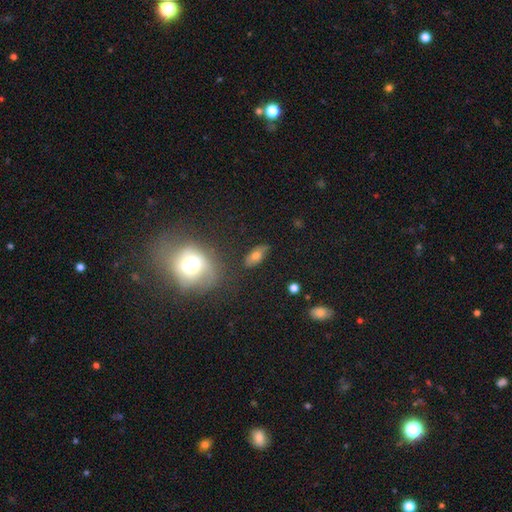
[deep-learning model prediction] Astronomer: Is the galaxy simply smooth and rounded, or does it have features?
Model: smooth — 63%.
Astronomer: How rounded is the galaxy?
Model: in between — 82%.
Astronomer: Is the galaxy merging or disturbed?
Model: none — 73%.